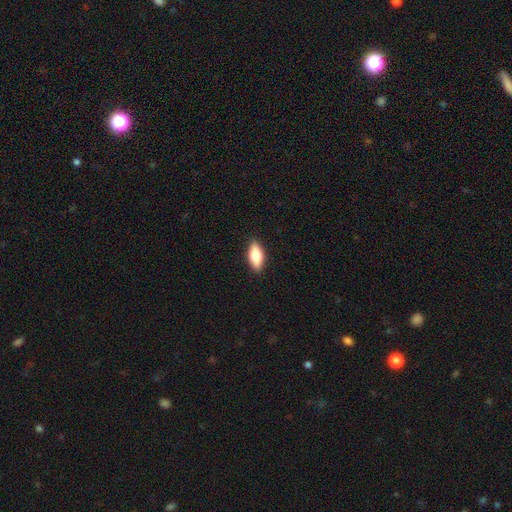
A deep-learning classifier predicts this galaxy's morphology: A smooth galaxy with no disk features (76%) that is in between round and cigar-shaped (82%).

Vote fractions:
- Smooth or featured? smooth: 76% / featured or disk: 17% / star or artifact: 6%
- How rounded? in between: 82% / cigar-shaped: 15% / round: 3%
- Merging? none: 89% / minor disturbance: 8% / major disturbance: 2% / merger: 1%